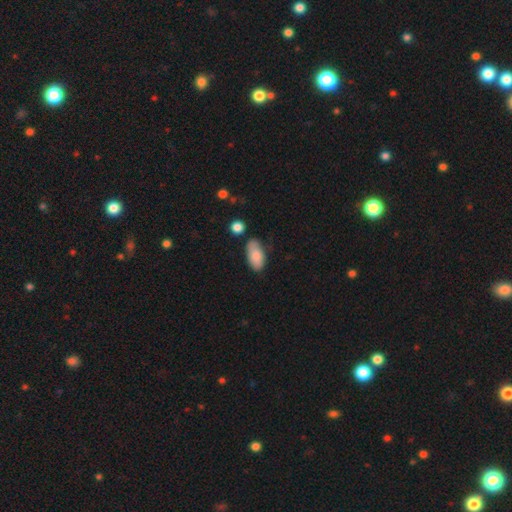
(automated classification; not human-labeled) smooth-or-featured: smooth: 80% | featured or disk: 13% | star or artifact: 6%
  how-rounded: in between: 92% | cigar-shaped: 5% | round: 3%
  merging: none: 64% | minor disturbance: 25% | merger: 6% | major disturbance: 5%